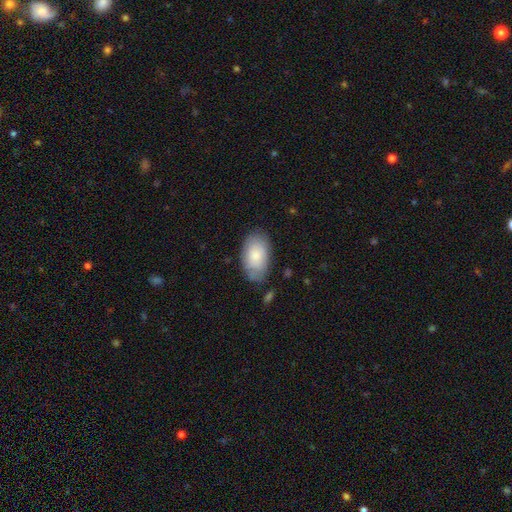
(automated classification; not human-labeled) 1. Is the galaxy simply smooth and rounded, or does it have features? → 79% smooth, 15% featured or disk, 6% star or artifact.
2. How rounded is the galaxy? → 94% in between, 5% round, 1% cigar-shaped.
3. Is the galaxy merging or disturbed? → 73% none, 19% minor disturbance, 5% major disturbance, 3% merger.